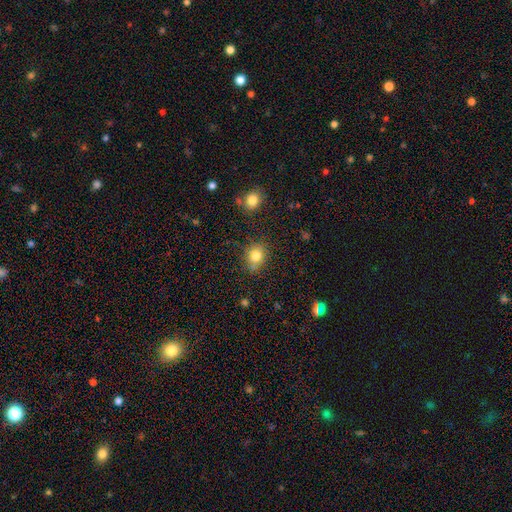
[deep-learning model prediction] smooth 82%, star or artifact 12%, featured or disk 7%. Down the decision tree: how rounded — round (70%); merging — none (76%).